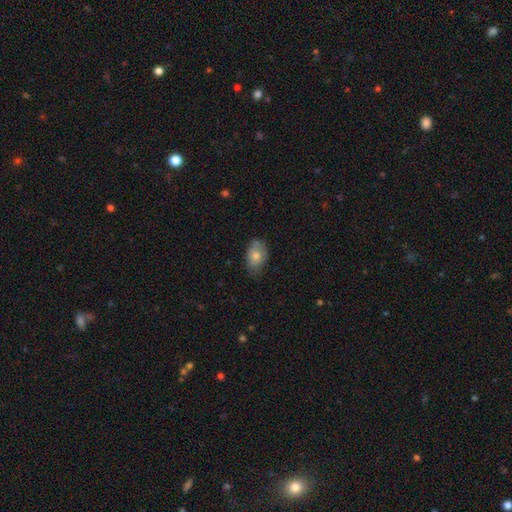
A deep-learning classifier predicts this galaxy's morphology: Smooth or featured?
  - smooth: 70% *
  - featured or disk: 22%
  - star or artifact: 8%
How rounded?
  - in between: 87% *
  - round: 12%
  - cigar-shaped: 2%
Merging?
  - none: 69% *
  - minor disturbance: 26%
  - major disturbance: 4%
  - merger: 1%